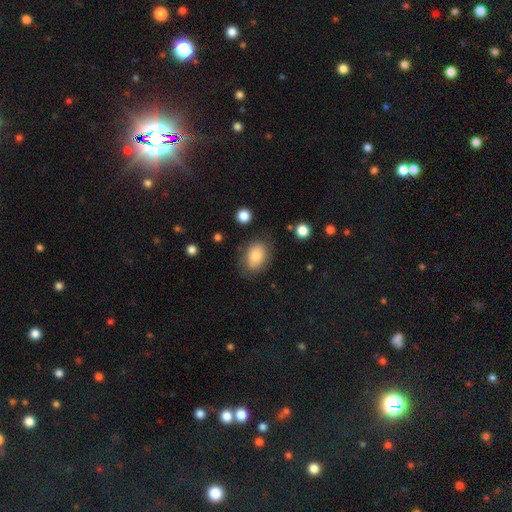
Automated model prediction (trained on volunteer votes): This appears to be a smooth galaxy with no disk features (80%) that is in between round and cigar-shaped (82%). Merging: none (74%).